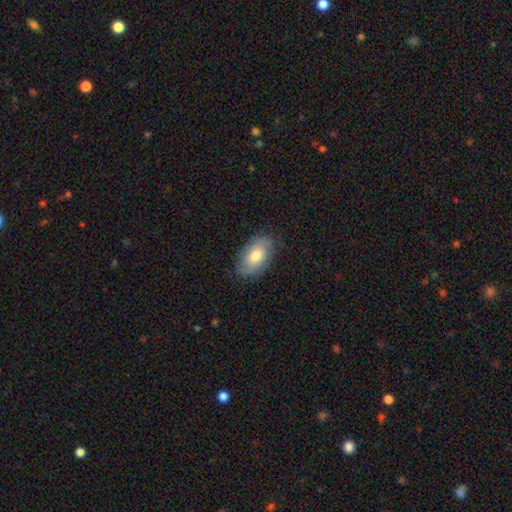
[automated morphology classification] smooth 72%, featured or disk 22%, star or artifact 6%. Down the decision tree: how rounded — in between (93%); merging — none (79%).